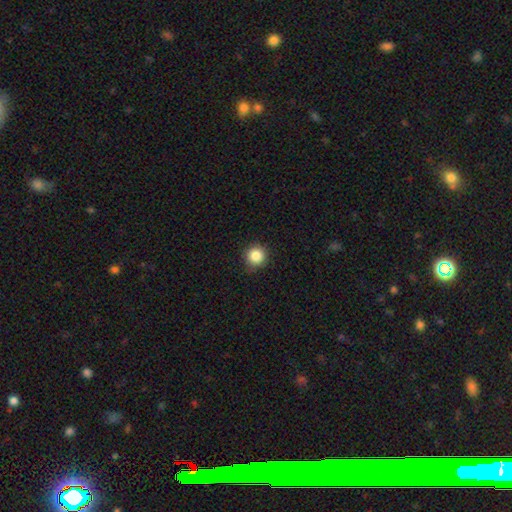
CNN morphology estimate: This is clearly a smooth galaxy (85%). How rounded: clearly round (95%). Merging: clearly none (88%).